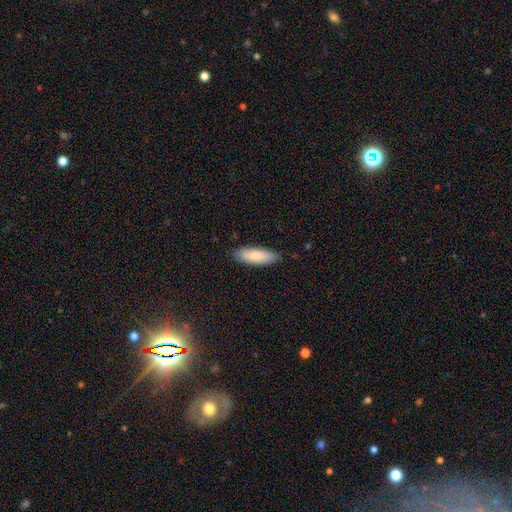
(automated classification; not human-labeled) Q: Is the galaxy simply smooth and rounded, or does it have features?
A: smooth — 85%.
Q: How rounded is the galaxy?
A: in between — 64%.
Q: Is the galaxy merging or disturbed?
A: none — 83%.